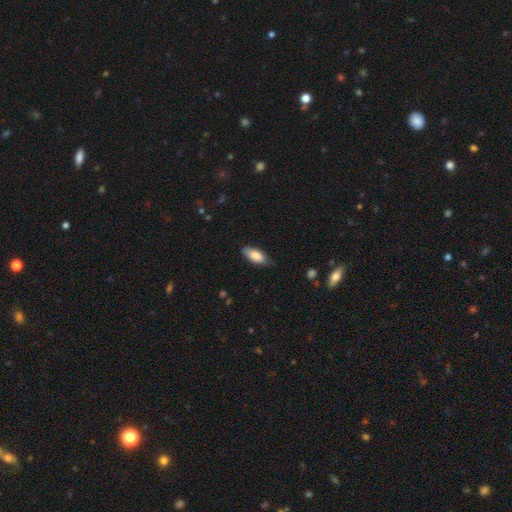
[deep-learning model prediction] Overall: smooth (83%). How rounded: in between (86%). Merging: none (75%).